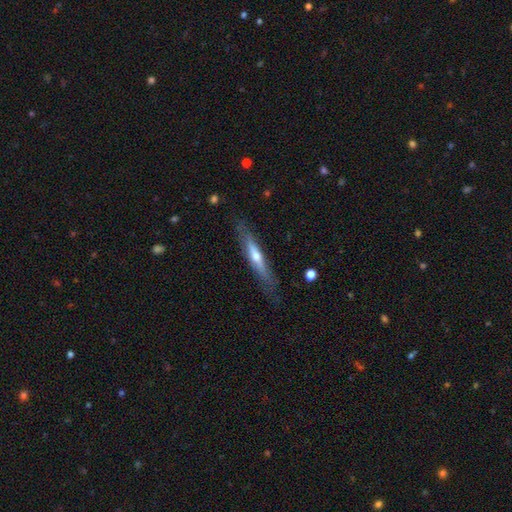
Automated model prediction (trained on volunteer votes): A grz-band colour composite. It shows a featured or disk galaxy (60%) viewed edge-on (89%) with a rounded central bulge (77%). Merging: none (81%).